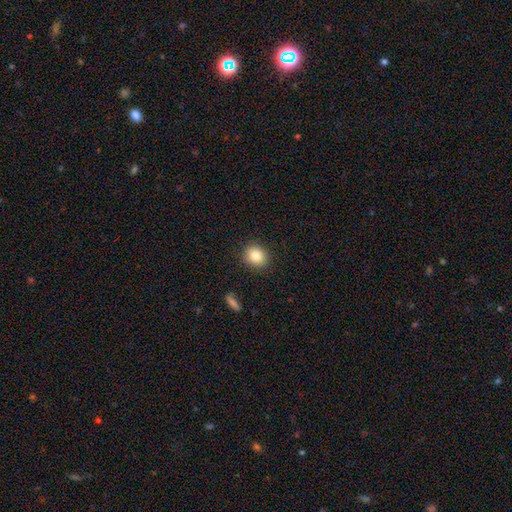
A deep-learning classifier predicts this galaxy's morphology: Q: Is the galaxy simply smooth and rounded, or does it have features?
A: smooth — 84%.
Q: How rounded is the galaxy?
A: round — 75%.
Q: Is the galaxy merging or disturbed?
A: none — 89%.